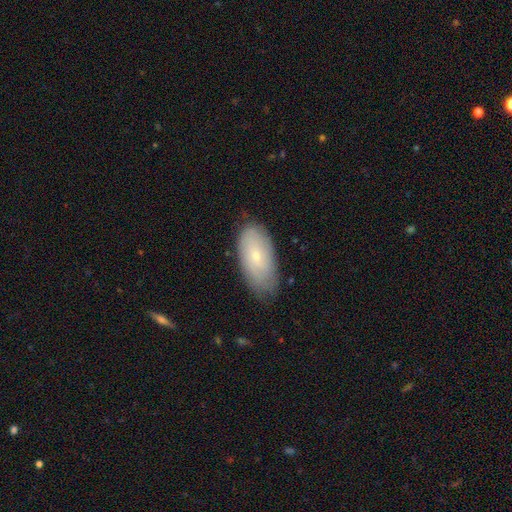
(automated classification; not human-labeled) smooth 57%, featured or disk 35%, star or artifact 8%. Down the decision tree: how rounded — in between (92%); merging — none (72%).